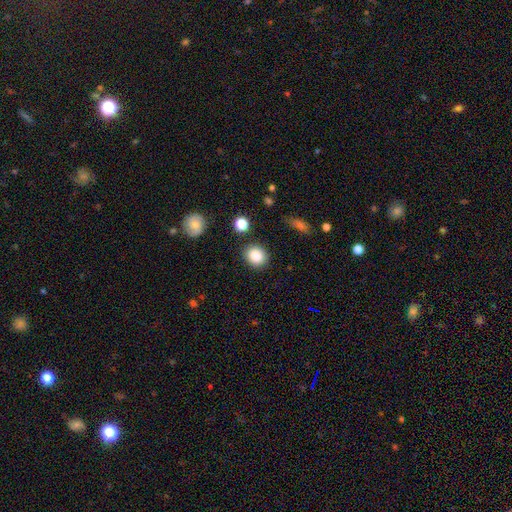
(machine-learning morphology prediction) A smooth galaxy with no disk features (85%) that is round (71%). Merging: none (85%).